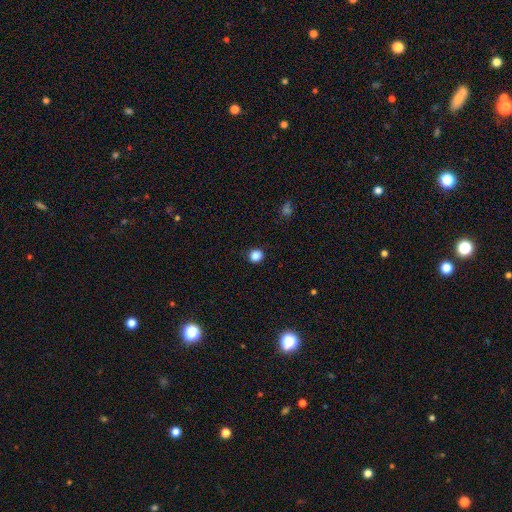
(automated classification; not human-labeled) This appears to be a smooth galaxy with no disk features (86%) that is round (89%). Merging: none (91%).